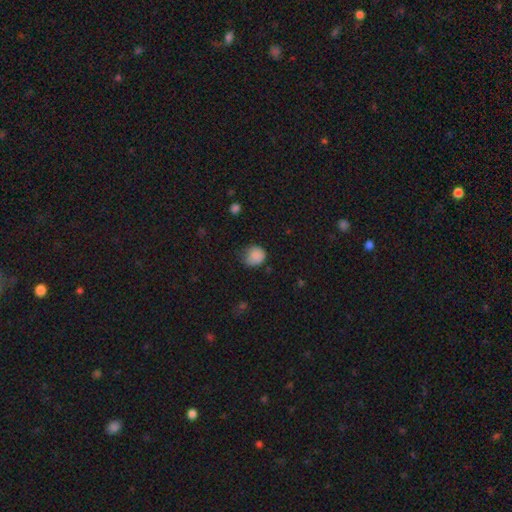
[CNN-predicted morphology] Smooth or featured? smooth (85%)
How rounded? round (74%)
Merging? none (55%)